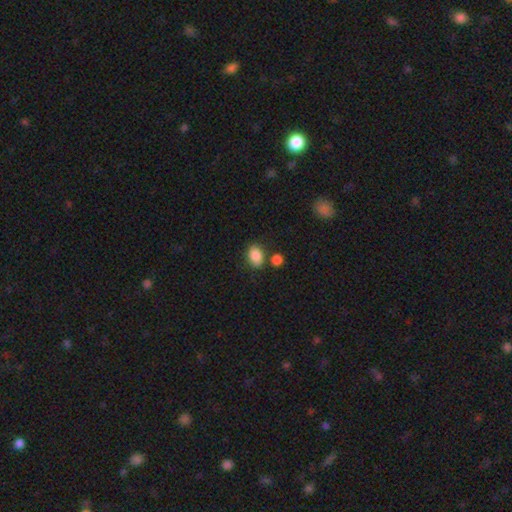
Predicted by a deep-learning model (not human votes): Smooth or featured: smooth — 87% (star or artifact — 9%)
How rounded: in between — 76% (round — 23%)
Merging: none — 70% (minor disturbance — 13%)